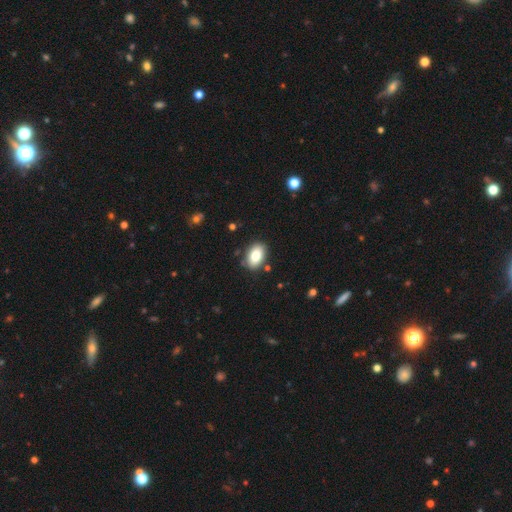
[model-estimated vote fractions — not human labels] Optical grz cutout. It shows a smooth galaxy with no disk features (81%) that is in between round and cigar-shaped (88%). Merging: none (84%).